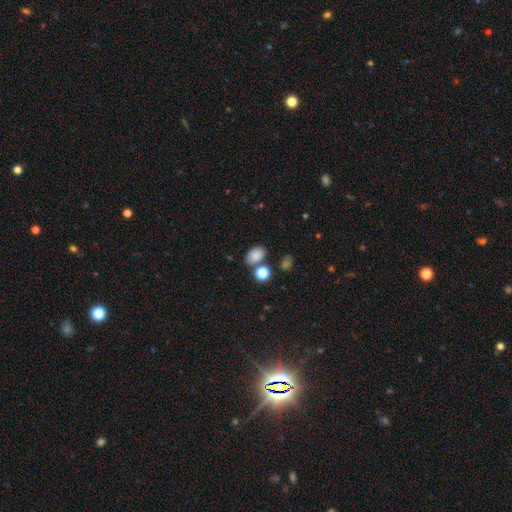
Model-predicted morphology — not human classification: A smooth galaxy with no disk features (83%) that is in between round and cigar-shaped (81%).

Vote fractions:
- Smooth or featured? smooth: 83% / star or artifact: 11% / featured or disk: 5%
- How rounded? in between: 81% / round: 18% / cigar-shaped: 1%
- Merging? none: 68% / merger: 14% / minor disturbance: 14% / major disturbance: 4%